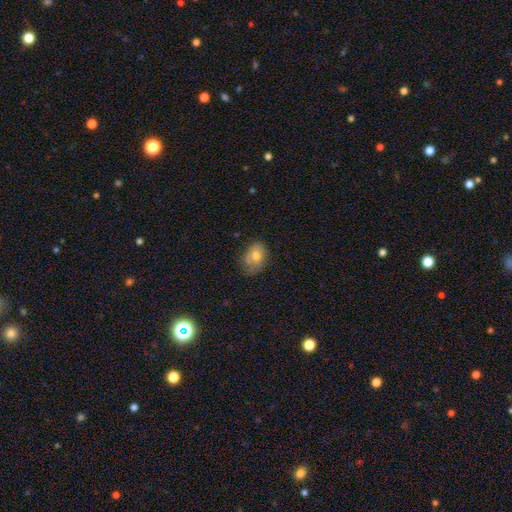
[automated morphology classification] Smooth or featured? smooth (75%)
How rounded? in between (72%)
Merging? none (66%)